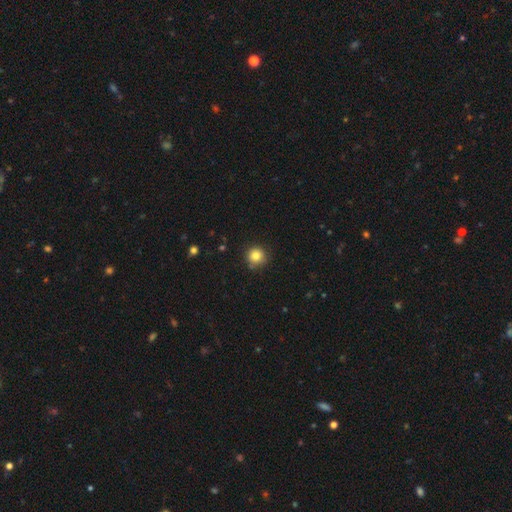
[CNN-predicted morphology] Smooth or featured: smooth — 83% (star or artifact — 11%)
How rounded: round — 94% (in between — 5%)
Merging: none — 85% (minor disturbance — 11%)